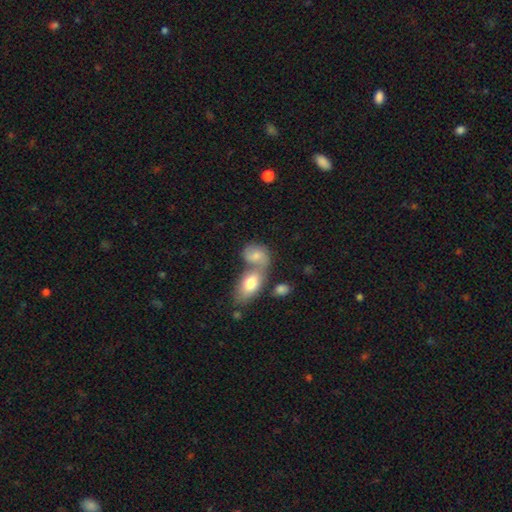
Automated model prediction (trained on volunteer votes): Smooth or featured? smooth (56%)
How rounded? in between (71%)
Merging? merger (57%)